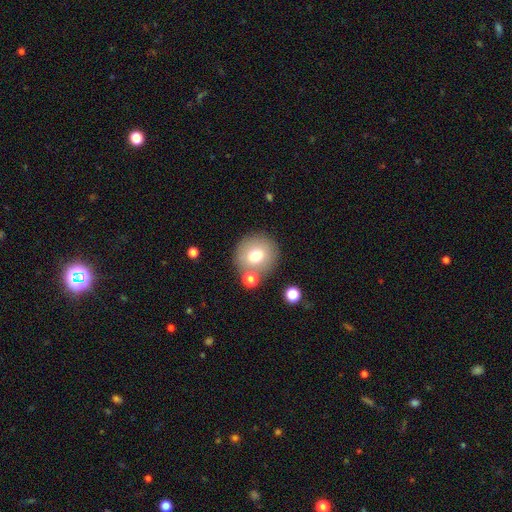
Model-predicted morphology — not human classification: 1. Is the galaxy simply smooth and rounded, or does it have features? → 72% smooth, 17% featured or disk, 11% star or artifact.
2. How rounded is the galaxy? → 88% round, 11% in between, 1% cigar-shaped.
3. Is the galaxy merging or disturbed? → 75% none, 11% minor disturbance, 10% merger, 4% major disturbance.